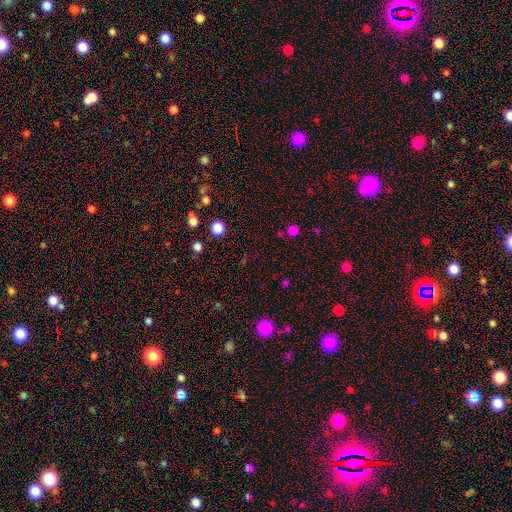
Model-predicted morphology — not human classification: smooth-or-featured: star or artifact: 50% | smooth: 43% | featured or disk: 7%